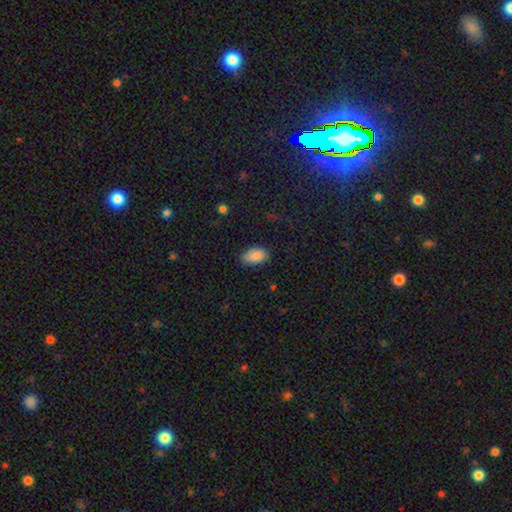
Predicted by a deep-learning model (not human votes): smooth-or-featured: smooth: 89% | star or artifact: 7% | featured or disk: 5%
  how-rounded: in between: 94% | round: 5% | cigar-shaped: 2%
  merging: none: 84% | minor disturbance: 13% | major disturbance: 3% | merger: 1%